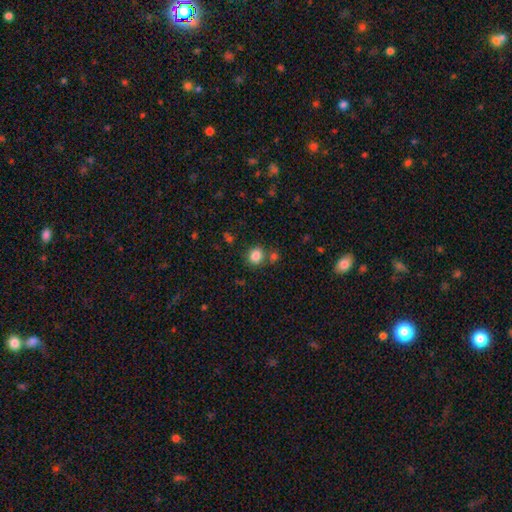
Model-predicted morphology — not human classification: This appears to be a smooth galaxy with no disk features (84%) that is round (78%). Merging: none (73%).